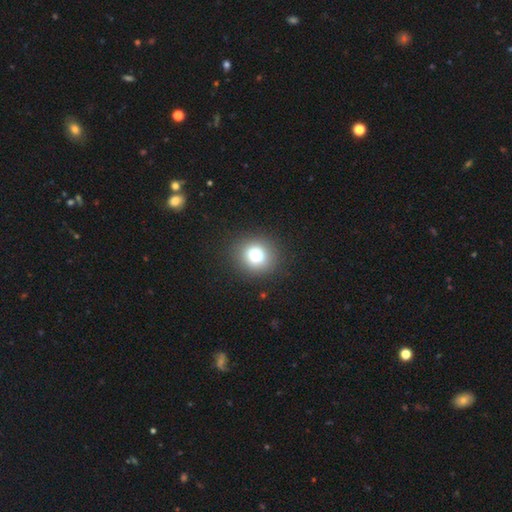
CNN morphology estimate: Smooth or featured? smooth (78%)
How rounded? round (86%)
Merging? none (90%)